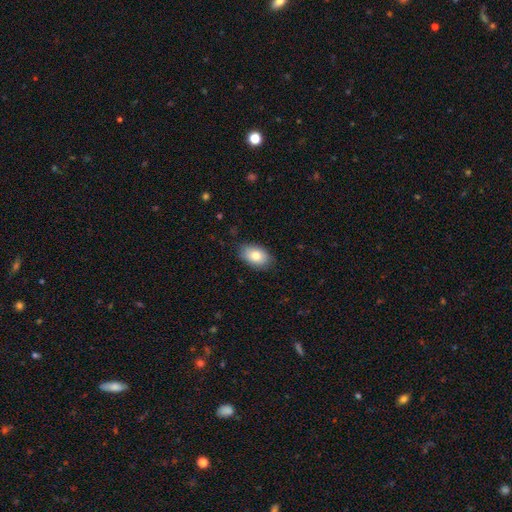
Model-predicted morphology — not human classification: Smooth or featured?
  - smooth: 82% *
  - featured or disk: 11%
  - star or artifact: 7%
How rounded?
  - in between: 90% *
  - round: 9%
  - cigar-shaped: 1%
Merging?
  - none: 83% *
  - minor disturbance: 13%
  - major disturbance: 2%
  - merger: 1%